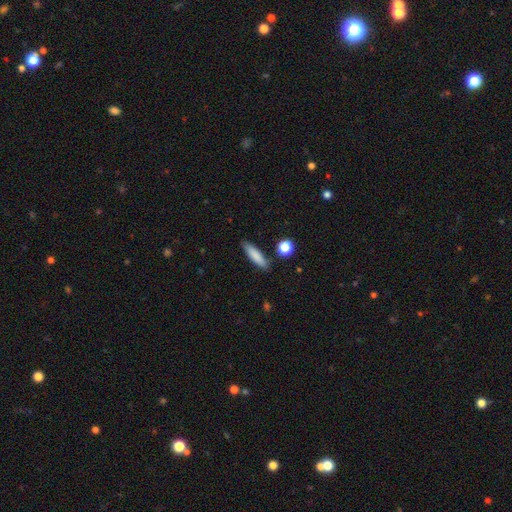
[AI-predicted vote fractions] Morphology: type=smooth (82%); roundness=cigar-shaped (73%); merging=none (85%).